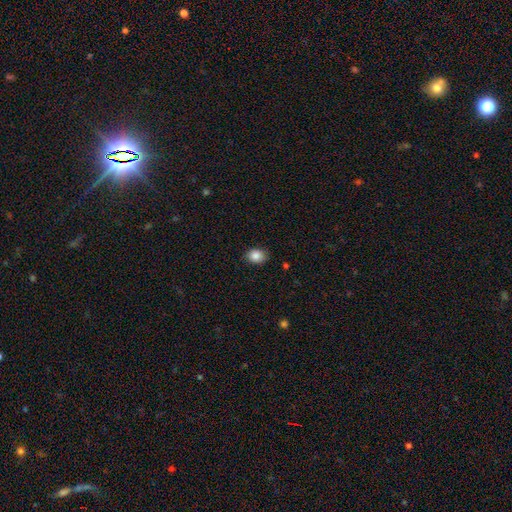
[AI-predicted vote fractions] The model was most divided on "how rounded": in between: 51%, round: 48%, cigar-shaped: 1%. More confident: merging — none (86%); smooth or featured — smooth (86%).